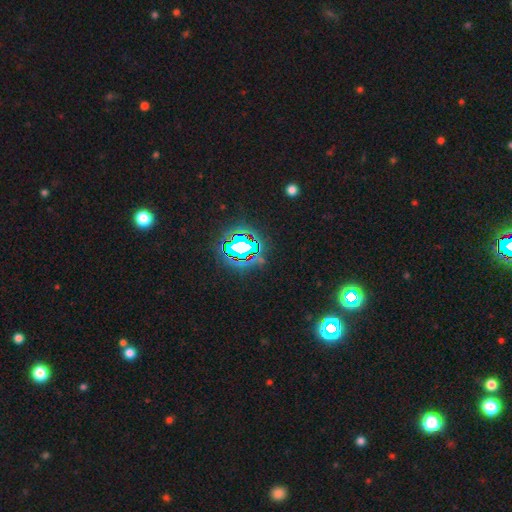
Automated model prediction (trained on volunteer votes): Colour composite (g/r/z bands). It shows a star or artifact, not a galaxy (81%).